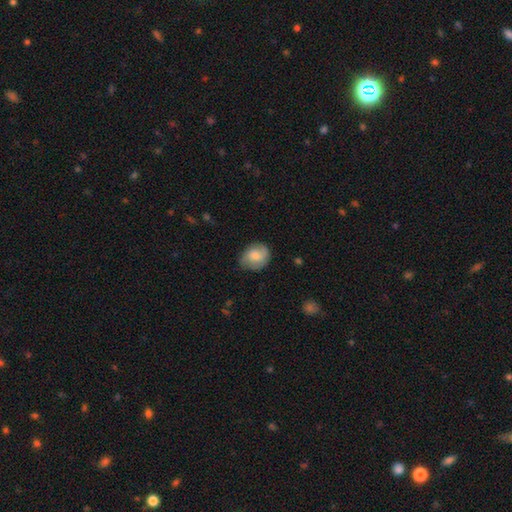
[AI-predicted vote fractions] smooth 69%, featured or disk 24%, star or artifact 7%. Down the decision tree: how rounded — round (60%); merging — none (70%).